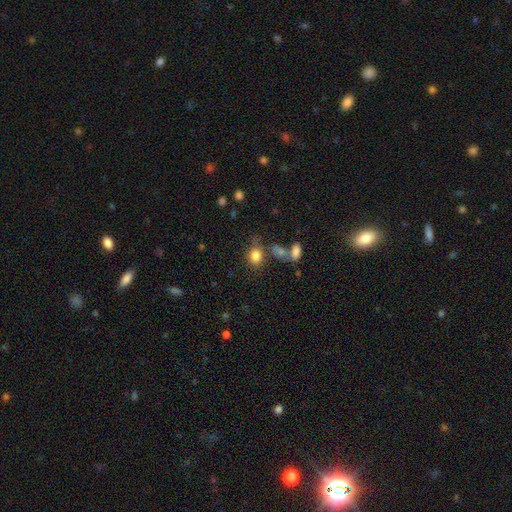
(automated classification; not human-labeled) smooth 83%, star or artifact 11%, featured or disk 7%. Down the decision tree: how rounded — in between (52%); merging — none (60%).